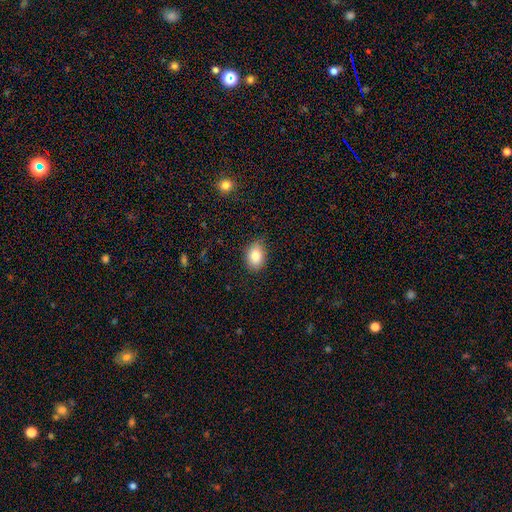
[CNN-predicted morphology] Smooth or featured? smooth (82%)
How rounded? in between (71%)
Merging? none (83%)